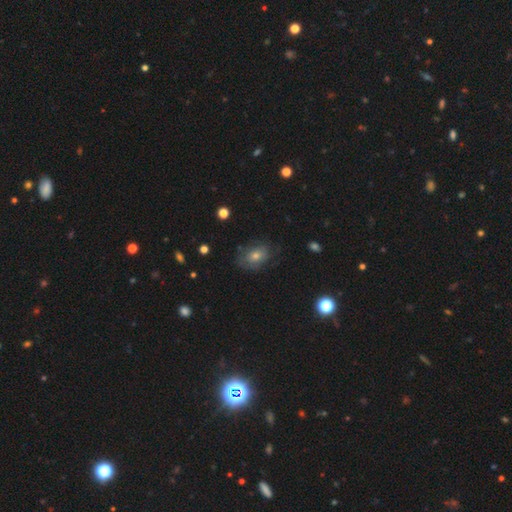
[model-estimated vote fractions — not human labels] Q: Smooth or featured?
A: smooth (52%); runner-up: featured or disk (31%)
Q: How rounded?
A: in between (74%); runner-up: round (24%)
Q: Merging?
A: none (72%); runner-up: minor disturbance (19%)